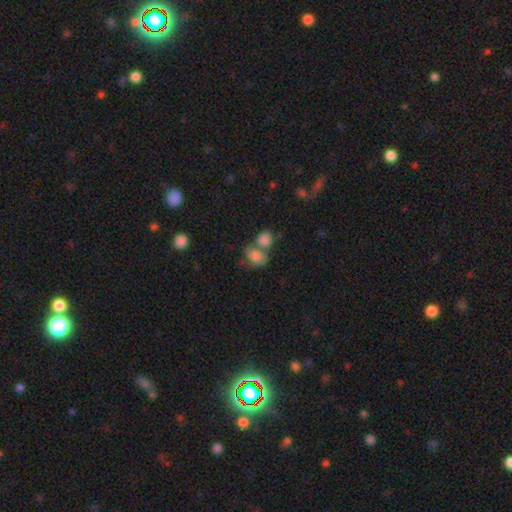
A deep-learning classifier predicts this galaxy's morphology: Smooth or featured?
  - smooth: 76% *
  - featured or disk: 15%
  - star or artifact: 10%
How rounded?
  - in between: 61% *
  - round: 37%
  - cigar-shaped: 1%
Merging?
  - merger: 51% *
  - none: 30%
  - minor disturbance: 12%
  - major disturbance: 6%